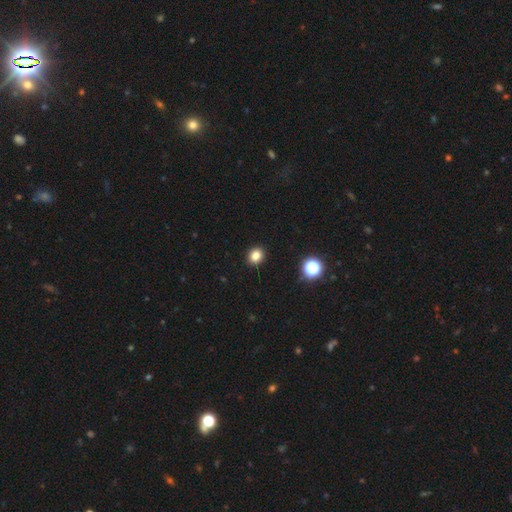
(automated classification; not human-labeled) Q: Smooth or featured?
A: smooth (83%); runner-up: star or artifact (13%)
Q: How rounded?
A: round (65%); runner-up: in between (34%)
Q: Merging?
A: none (92%); runner-up: minor disturbance (6%)